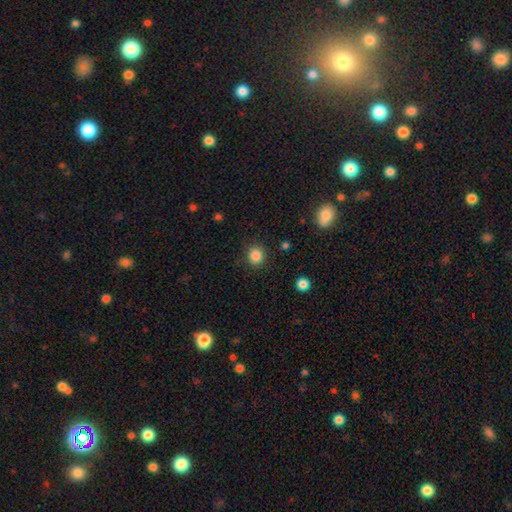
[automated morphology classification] Smooth or featured: smooth — 85% (star or artifact — 11%)
How rounded: round — 90% (in between — 9%)
Merging: none — 89% (minor disturbance — 7%)